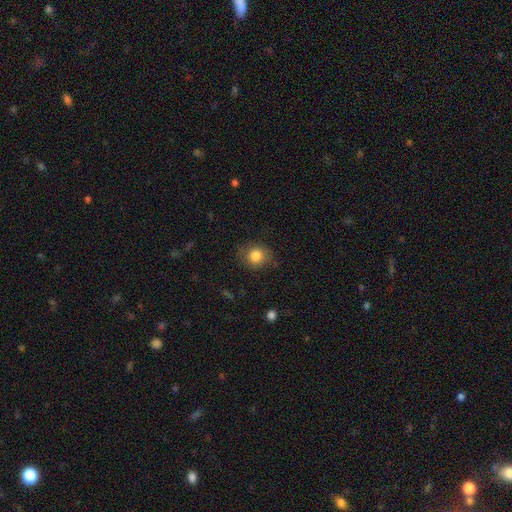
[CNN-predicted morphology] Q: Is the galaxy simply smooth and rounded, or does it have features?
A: smooth — 83%.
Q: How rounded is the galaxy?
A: round — 77%.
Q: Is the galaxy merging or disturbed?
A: none — 79%.